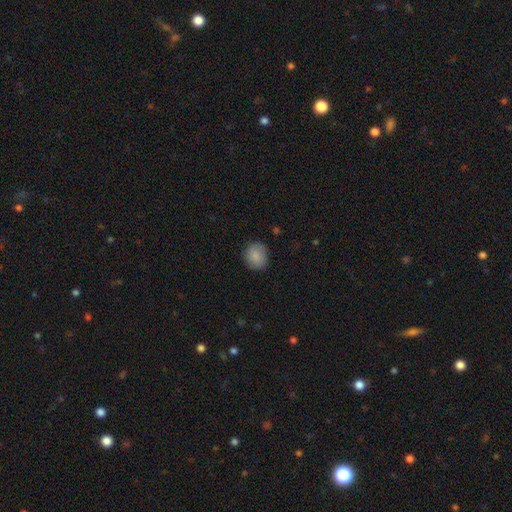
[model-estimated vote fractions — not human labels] smooth-or-featured: smooth: 87% | star or artifact: 8% | featured or disk: 5%
  how-rounded: round: 72% | in between: 27% | cigar-shaped: 1%
  merging: none: 82% | minor disturbance: 13% | major disturbance: 3% | merger: 1%